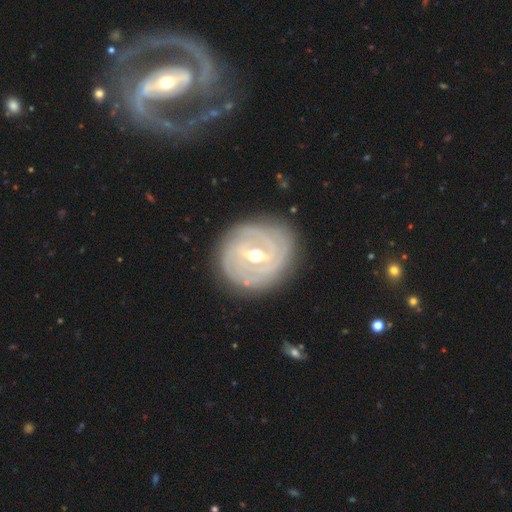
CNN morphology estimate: type=featured or disk (86%); edge-on=no (96%); bar=weak (47%); spiral arms=yes (93%); winding=tight (82%); arm count=can't tell (31%); bulge=moderate (71%); merging=none (83%).